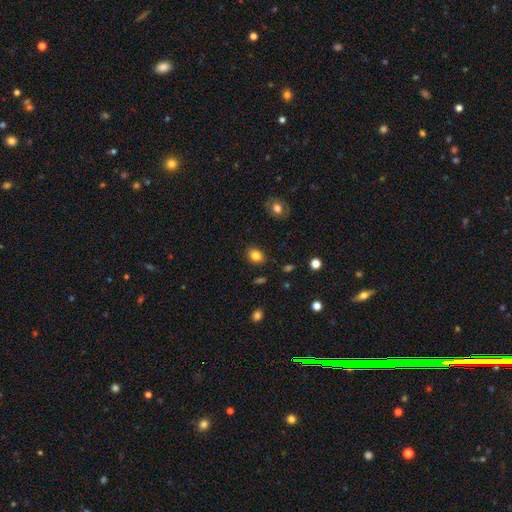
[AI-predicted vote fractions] This is clearly a smooth galaxy (83%). How rounded: possibly in between (57%). Merging: clearly none (87%).